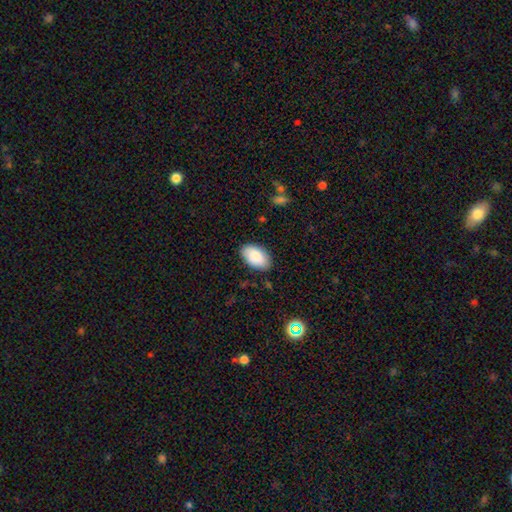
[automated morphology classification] Q: Smooth or featured?
A: smooth (87%); runner-up: featured or disk (7%)
Q: How rounded?
A: in between (95%); runner-up: round (4%)
Q: Merging?
A: none (86%); runner-up: minor disturbance (11%)